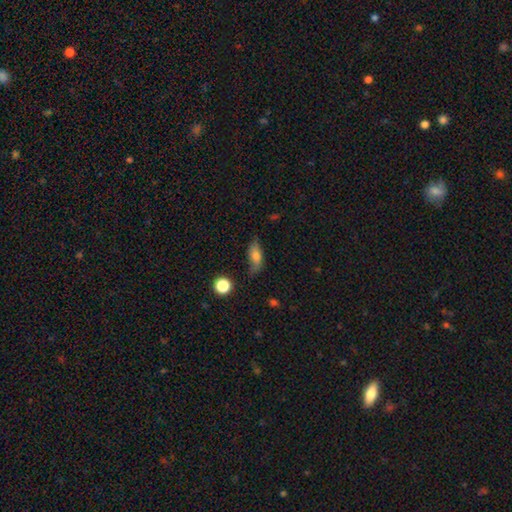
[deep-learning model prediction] Q: Smooth or featured?
A: smooth (70%); runner-up: featured or disk (20%)
Q: How rounded?
A: in between (75%); runner-up: cigar-shaped (20%)
Q: Merging?
A: none (64%); runner-up: minor disturbance (27%)